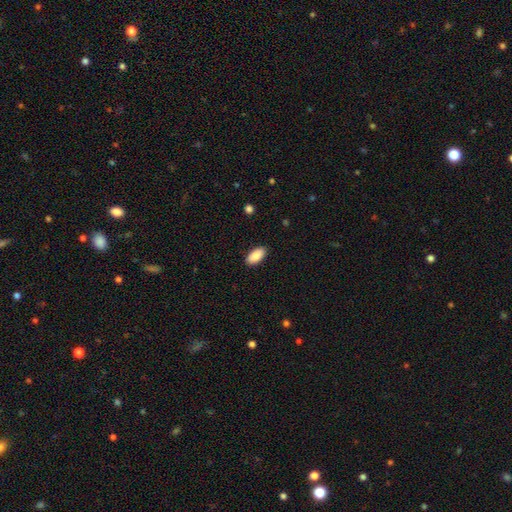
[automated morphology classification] A smooth galaxy with no disk features (87%) that is in between round and cigar-shaped (93%).

Vote fractions:
- Smooth or featured? smooth: 87% / star or artifact: 6% / featured or disk: 6%
- How rounded? in between: 93% / cigar-shaped: 5% / round: 2%
- Merging? none: 89% / minor disturbance: 8% / major disturbance: 2% / merger: 1%